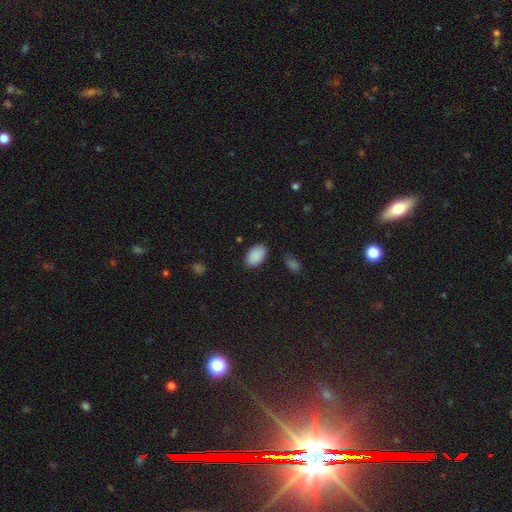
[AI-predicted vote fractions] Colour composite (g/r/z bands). It shows a smooth galaxy with no disk features (90%) that is in between round and cigar-shaped (93%). Merging: none (83%).